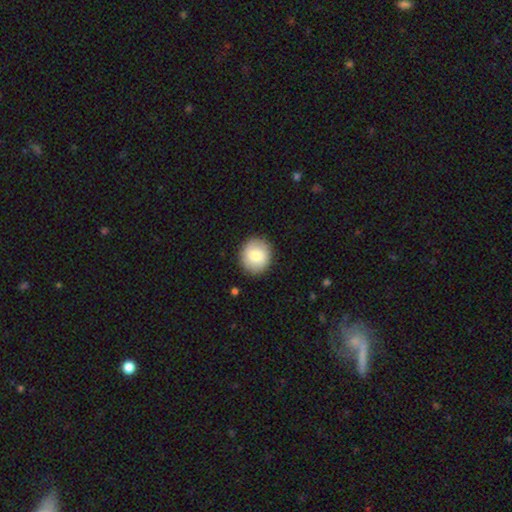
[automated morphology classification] smooth_or_featured: smooth (p=0.81) [alt: featured or disk p=0.12]
how_rounded: round (p=0.87) [alt: in between p=0.12]
merging: none (p=0.90) [alt: minor disturbance p=0.07]